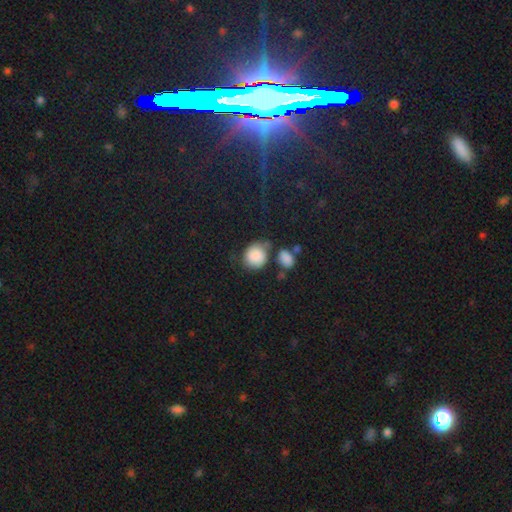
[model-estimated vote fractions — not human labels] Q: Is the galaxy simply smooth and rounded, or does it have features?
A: smooth — 84%.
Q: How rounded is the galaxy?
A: round — 73%.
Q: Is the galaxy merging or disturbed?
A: none — 47%.